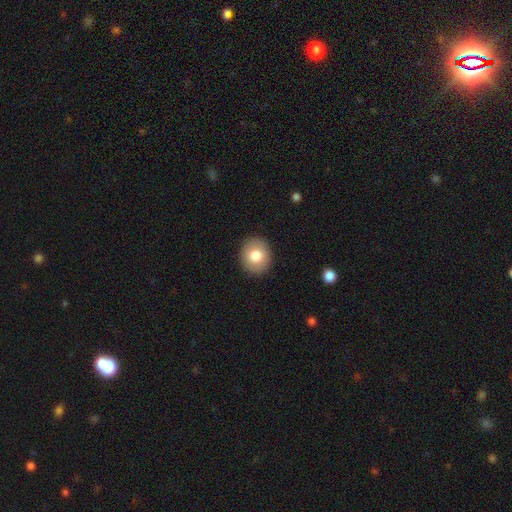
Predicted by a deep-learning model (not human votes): smooth 79%, featured or disk 13%, star or artifact 8%. Down the decision tree: how rounded — round (78%); merging — none (91%).